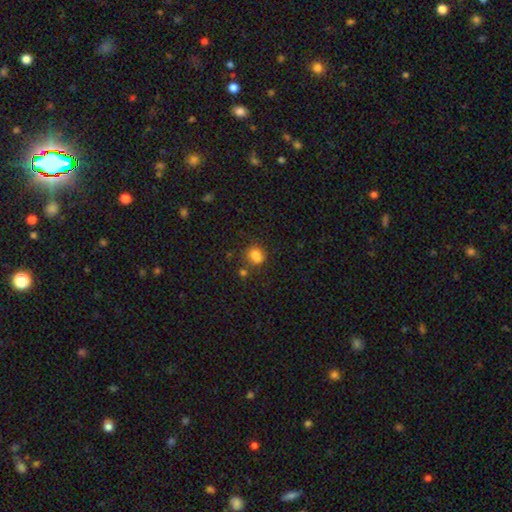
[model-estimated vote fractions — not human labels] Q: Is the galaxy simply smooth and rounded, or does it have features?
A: smooth — 80%.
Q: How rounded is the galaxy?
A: round — 56%.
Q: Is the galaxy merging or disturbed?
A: none — 59%.